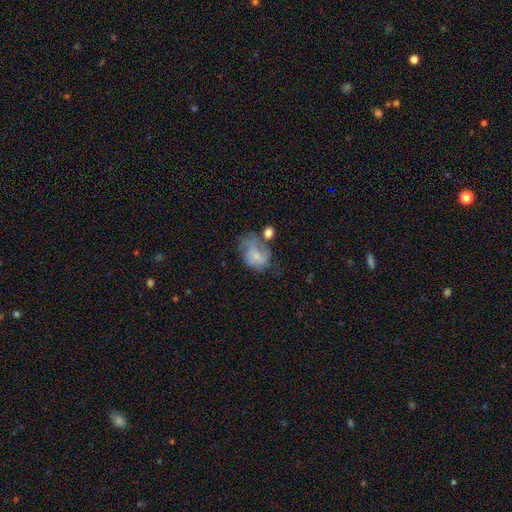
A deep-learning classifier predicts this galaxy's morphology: type=smooth (56%); roundness=in between (68%); merging=major disturbance (29%).